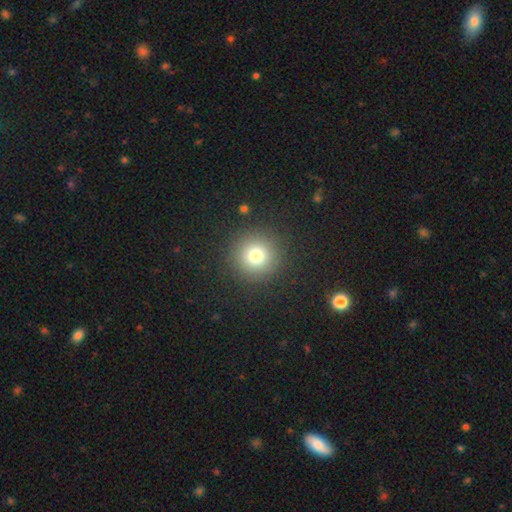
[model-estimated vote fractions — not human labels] Smooth or featured?
  - smooth: 75% *
  - star or artifact: 16%
  - featured or disk: 9%
How rounded?
  - round: 96% *
  - in between: 3%
  - cigar-shaped: 1%
Merging?
  - none: 90% *
  - minor disturbance: 5%
  - major disturbance: 3%
  - merger: 1%